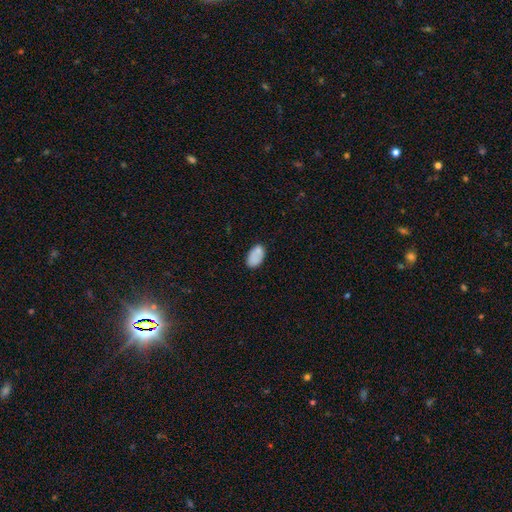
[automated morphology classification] Q: Smooth or featured?
A: smooth (82%); runner-up: featured or disk (10%)
Q: How rounded?
A: in between (92%); runner-up: round (6%)
Q: Merging?
A: none (65%); runner-up: minor disturbance (19%)